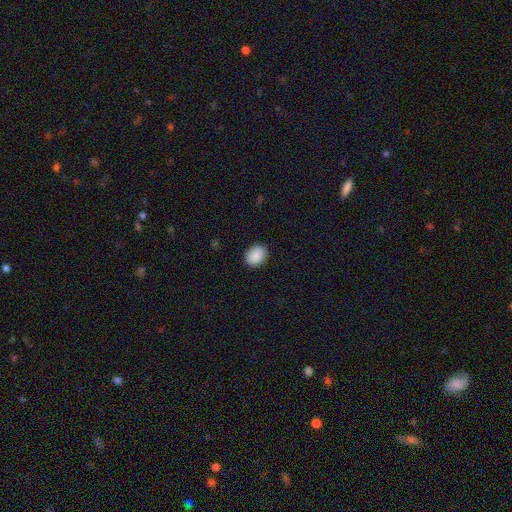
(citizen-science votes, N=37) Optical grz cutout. It shows a smooth galaxy with no disk features (92%) that is round (59%). Merging: none (94%).